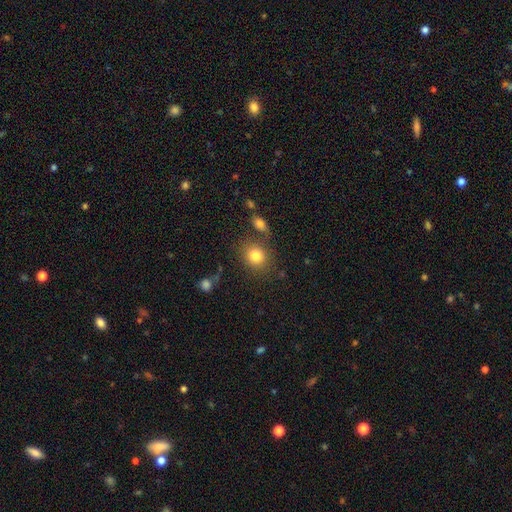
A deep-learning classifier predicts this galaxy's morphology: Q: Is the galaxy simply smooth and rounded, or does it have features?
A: smooth — 81%.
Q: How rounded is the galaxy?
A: round — 71%.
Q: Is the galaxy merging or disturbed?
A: none — 73%.